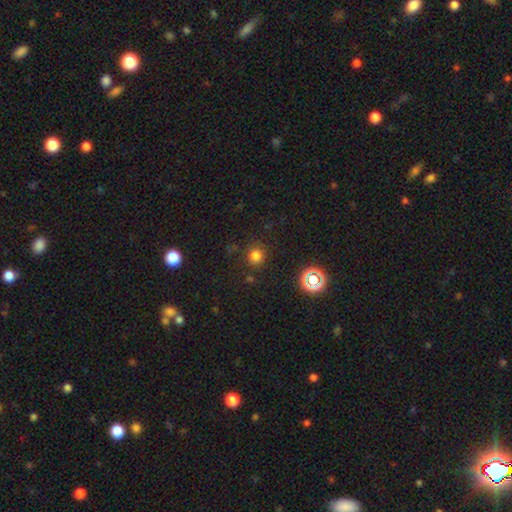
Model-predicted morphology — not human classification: A smooth galaxy with no disk features (75%) that is round (91%). Merging: none (84%).